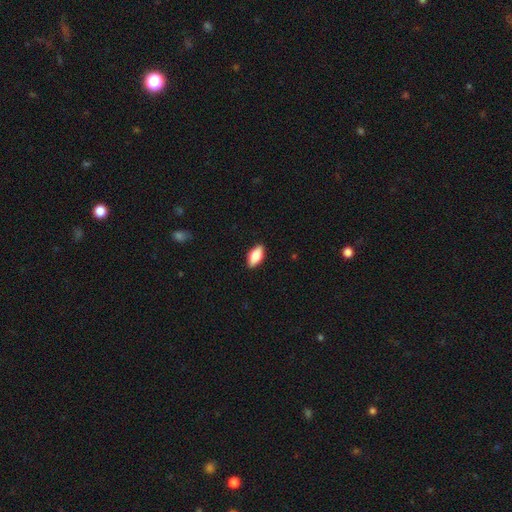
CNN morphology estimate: Smooth or featured? Predicted: smooth (p=0.78). How rounded? Predicted: in between (p=0.86). Merging? Predicted: none (p=0.89).